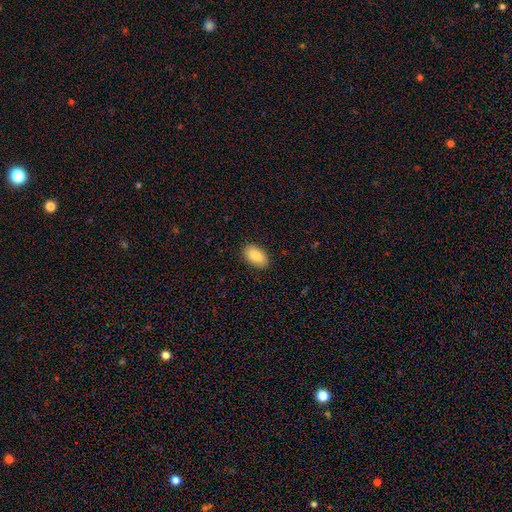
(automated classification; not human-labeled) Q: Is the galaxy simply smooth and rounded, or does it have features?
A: smooth — 88%.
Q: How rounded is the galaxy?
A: in between — 94%.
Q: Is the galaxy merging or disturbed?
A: none — 89%.